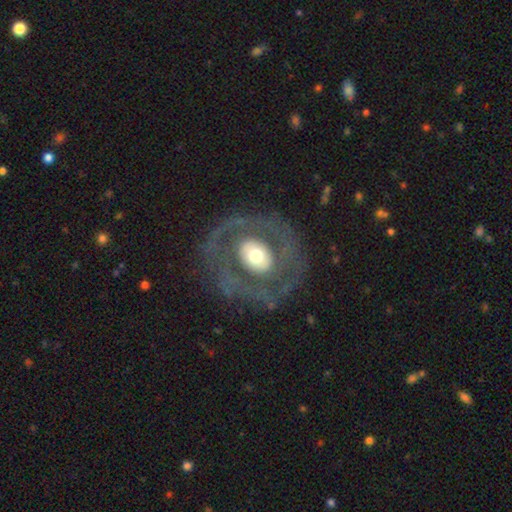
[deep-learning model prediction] This is likely a featured or disk galaxy (64%). It is clearly not viewed edge-on (95%). Bar: likely no (76%). Spiral arm pattern: possibly no (60%). Central bulge: possibly moderate (52%). Merging: likely none (71%).